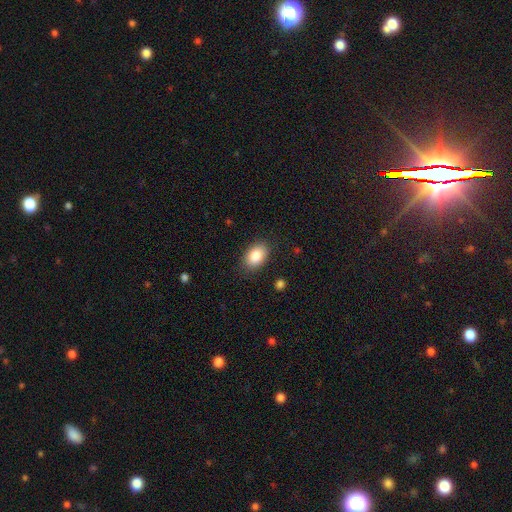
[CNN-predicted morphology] Overall: smooth (85%). How rounded: in between (86%). Merging: none (85%).